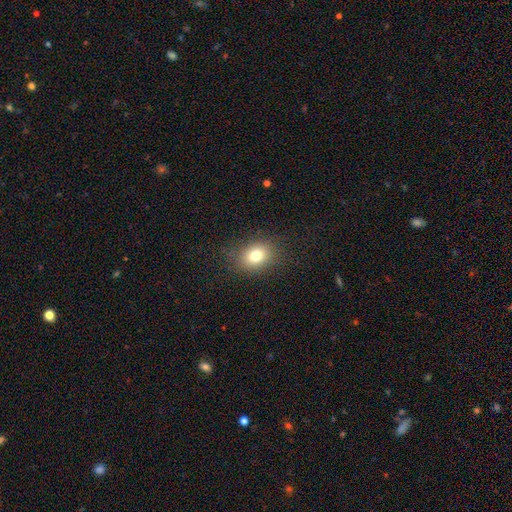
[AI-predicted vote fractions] Smooth or featured?
  - smooth: 78% *
  - star or artifact: 13%
  - featured or disk: 10%
How rounded?
  - in between: 58% *
  - round: 41%
  - cigar-shaped: 1%
Merging?
  - none: 85% *
  - minor disturbance: 10%
  - major disturbance: 4%
  - merger: 1%